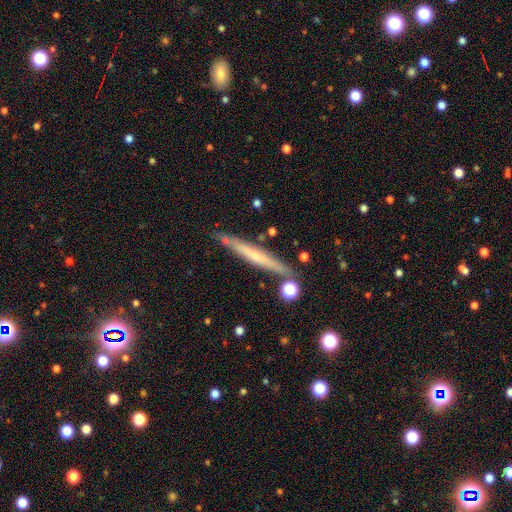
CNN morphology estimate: type=featured or disk (50%); merging=none (84%).